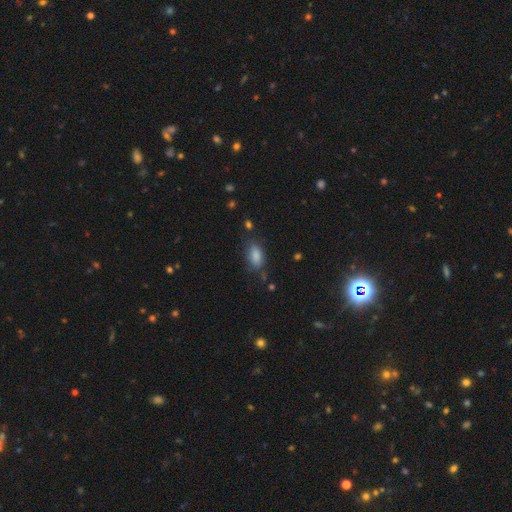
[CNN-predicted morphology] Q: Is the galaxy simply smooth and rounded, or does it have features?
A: smooth — 84%.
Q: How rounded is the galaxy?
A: in between — 90%.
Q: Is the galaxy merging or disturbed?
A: none — 65%.